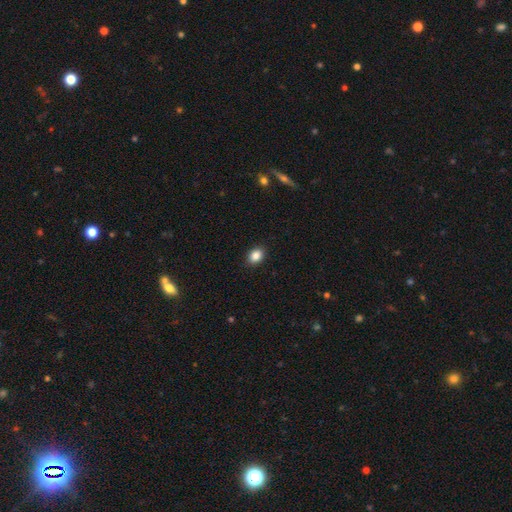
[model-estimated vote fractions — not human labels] This appears to be a smooth galaxy with no disk features (87%) that is in between round and cigar-shaped (63%). Merging: none (89%).